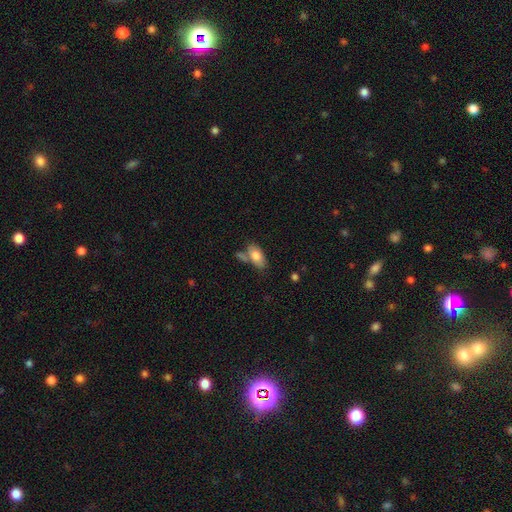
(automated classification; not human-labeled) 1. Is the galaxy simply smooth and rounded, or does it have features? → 78% smooth, 15% featured or disk, 7% star or artifact.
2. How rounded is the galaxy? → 91% in between, 5% round, 4% cigar-shaped.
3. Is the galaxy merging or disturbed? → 53% none, 22% merger, 19% minor disturbance, 6% major disturbance.